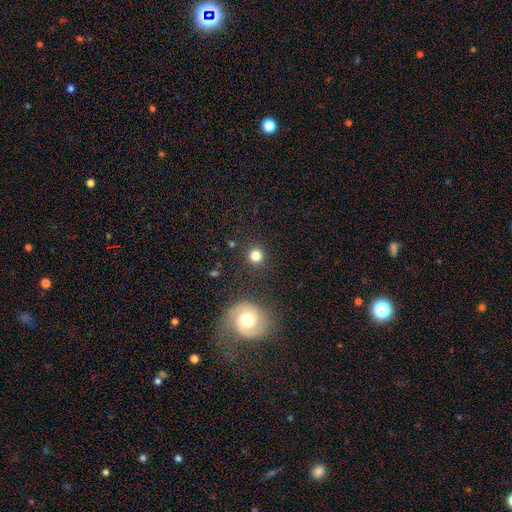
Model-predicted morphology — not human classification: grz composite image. It shows a smooth galaxy with no disk features (81%) that is round (93%). Merging: none (89%).